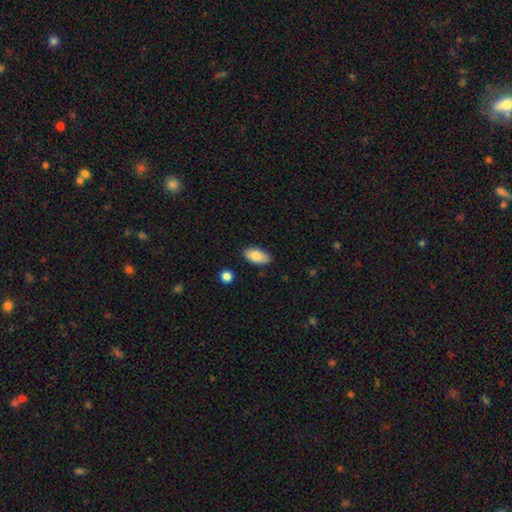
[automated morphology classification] Smooth or featured: smooth — 83% (featured or disk — 10%)
How rounded: in between — 93% (cigar-shaped — 4%)
Merging: none — 84% (minor disturbance — 12%)